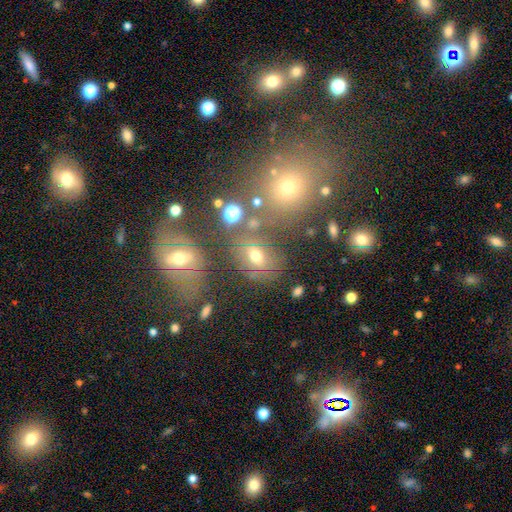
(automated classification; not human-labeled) Smooth or featured? Predicted: smooth (p=0.60). How rounded? Predicted: in between (p=0.68). Merging? Predicted: none (p=0.55).